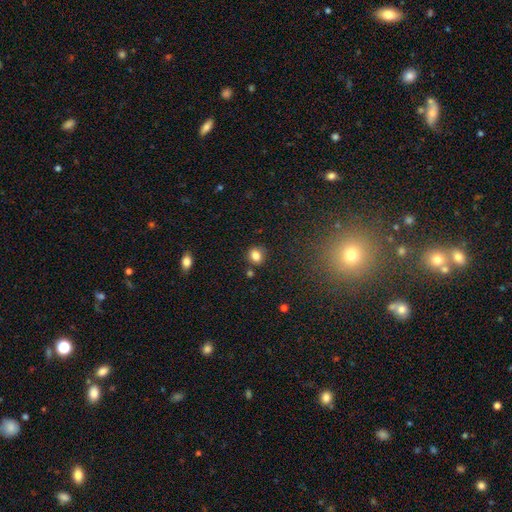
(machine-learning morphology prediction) Q: Smooth or featured?
A: smooth (82%); runner-up: star or artifact (11%)
Q: How rounded?
A: round (64%); runner-up: in between (35%)
Q: Merging?
A: none (81%); runner-up: minor disturbance (11%)